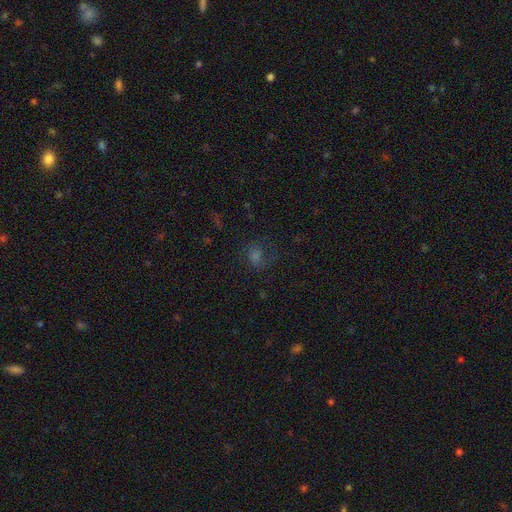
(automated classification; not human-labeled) Smooth or featured? Predicted: smooth (p=0.49). Merging? Predicted: none (p=0.64).